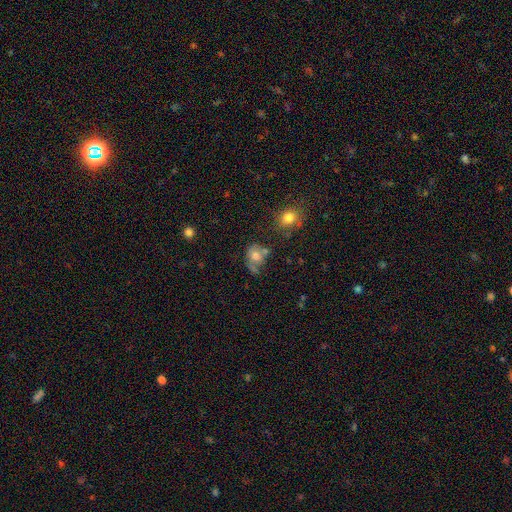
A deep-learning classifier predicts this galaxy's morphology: smooth-or-featured: smooth: 59% | featured or disk: 28% | star or artifact: 12%
  how-rounded: round: 52% | in between: 47% | cigar-shaped: 1%
  merging: none: 35% | minor disturbance: 24% | major disturbance: 22% | merger: 19%